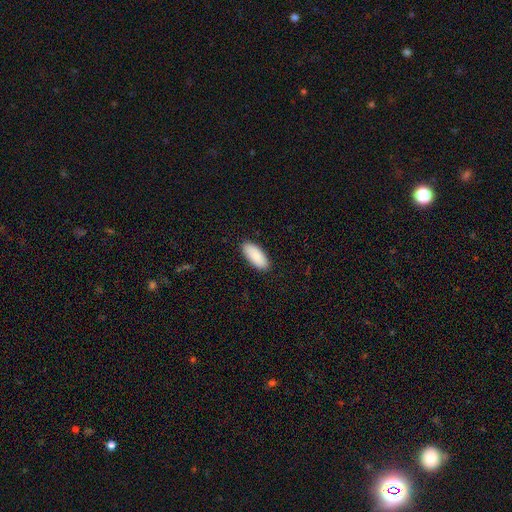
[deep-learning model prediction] The model was most divided on "how rounded": in between: 87%, cigar-shaped: 12%, round: 2%. More confident: merging — none (90%); smooth or featured — smooth (90%).